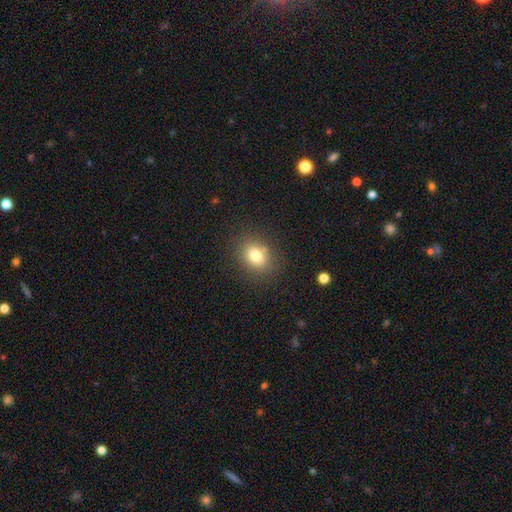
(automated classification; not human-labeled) A smooth galaxy with no disk features (79%) that is in between round and cigar-shaped (55%).

Vote fractions:
- Smooth or featured? smooth: 79% / star or artifact: 12% / featured or disk: 9%
- How rounded? in between: 55% / round: 44% / cigar-shaped: 1%
- Merging? none: 82% / minor disturbance: 11% / major disturbance: 4% / merger: 3%